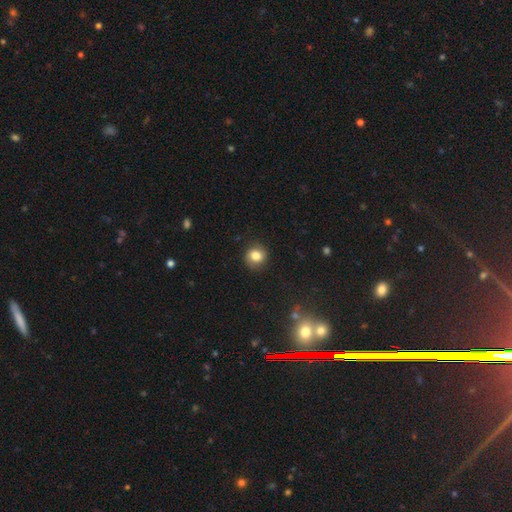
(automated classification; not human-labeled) Smooth or featured? smooth (77%)
How rounded? round (83%)
Merging? none (84%)